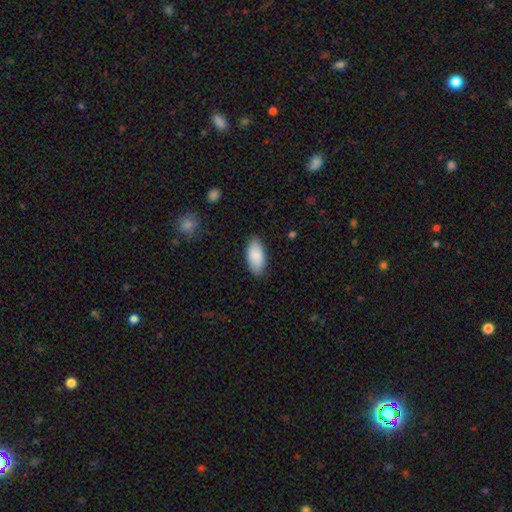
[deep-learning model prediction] Morphology: type=smooth (87%); roundness=in between (93%); merging=none (86%).